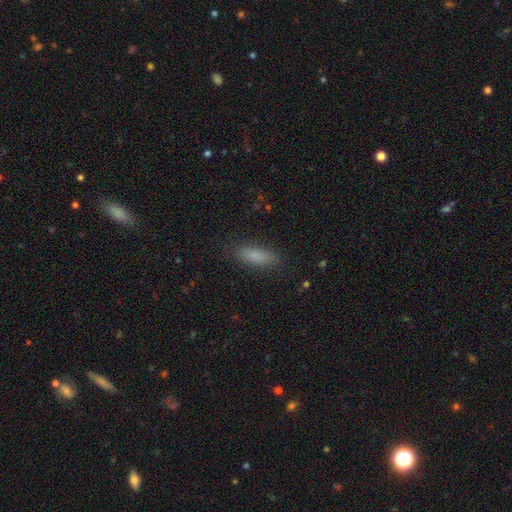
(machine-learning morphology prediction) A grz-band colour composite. It shows a smooth galaxy with no disk features (83%) that is in between round and cigar-shaped (64%). Merging: none (85%).